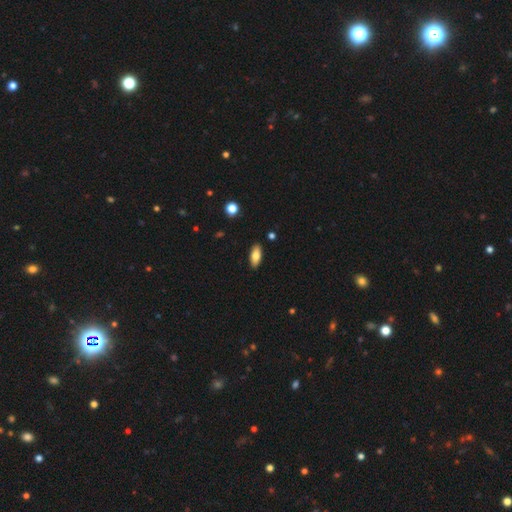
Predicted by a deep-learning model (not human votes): Smooth or featured? smooth (79%)
How rounded? in between (83%)
Merging? none (89%)